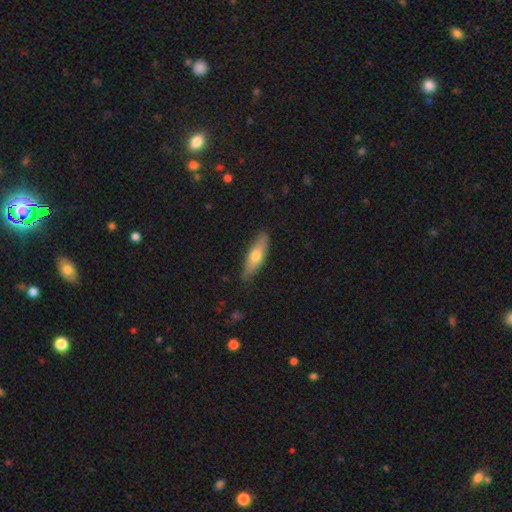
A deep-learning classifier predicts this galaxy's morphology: type=smooth (58%); roundness=cigar-shaped (56%); merging=none (85%).